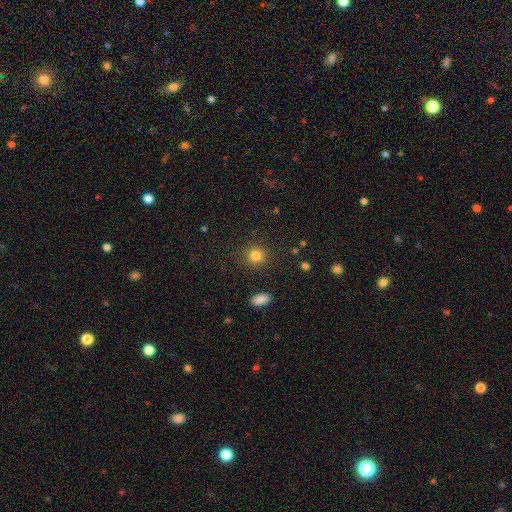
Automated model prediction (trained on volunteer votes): Smooth or featured? Predicted: smooth (p=0.83). How rounded? Predicted: round (p=0.88). Merging? Predicted: none (p=0.88).